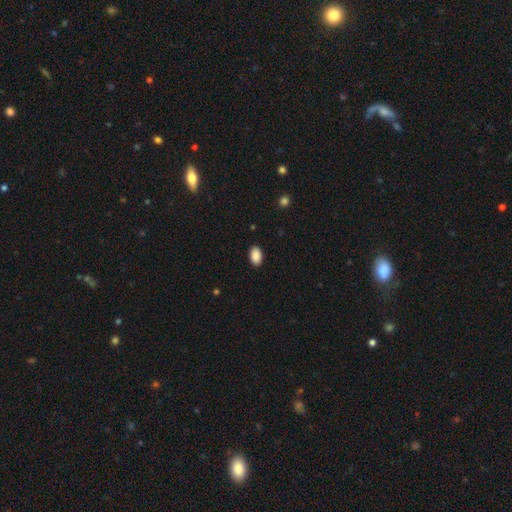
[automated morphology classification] Smooth or featured: smooth — 89% (star or artifact — 8%)
How rounded: in between — 90% (round — 8%)
Merging: none — 89% (minor disturbance — 8%)